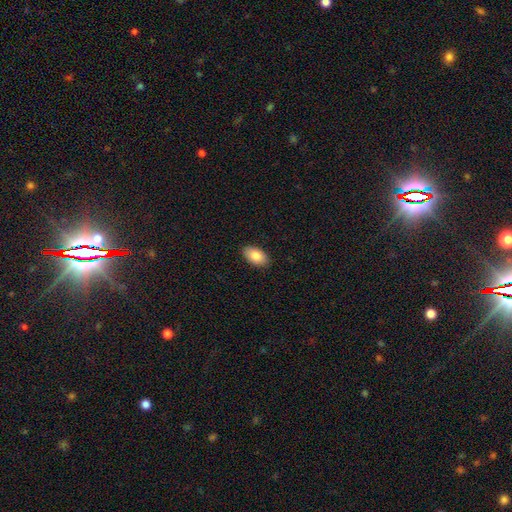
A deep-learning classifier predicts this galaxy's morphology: Smooth or featured: smooth — 85% (featured or disk — 8%)
How rounded: in between — 94% (round — 4%)
Merging: none — 89% (minor disturbance — 8%)